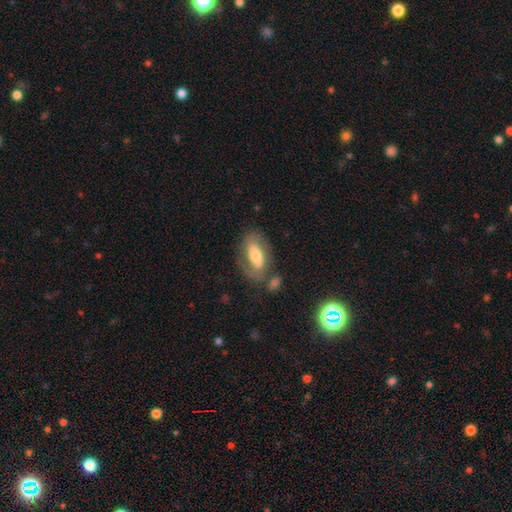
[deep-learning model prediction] smooth_or_featured: smooth (p=0.50) [alt: featured or disk p=0.43]
how_rounded: in between (p=0.85) [alt: cigar-shaped p=0.11]
merging: none (p=0.65) [alt: minor disturbance p=0.18]